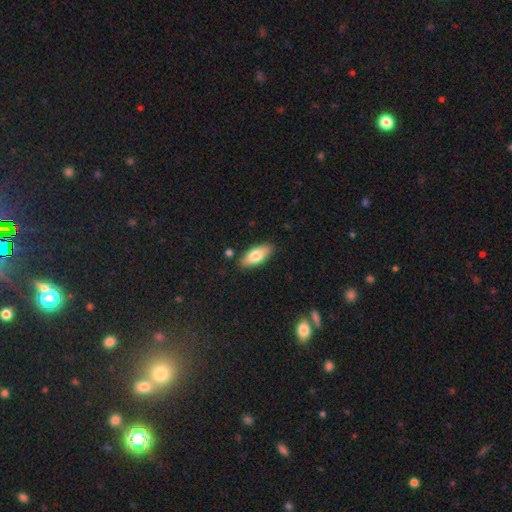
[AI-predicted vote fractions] Smooth or featured: smooth — 76% (featured or disk — 18%)
How rounded: in between — 83% (cigar-shaped — 15%)
Merging: none — 85% (minor disturbance — 10%)